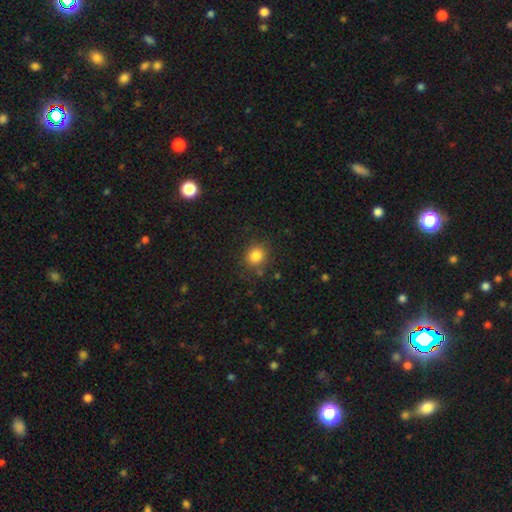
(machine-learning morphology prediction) type=smooth (84%); roundness=round (80%); merging=none (83%).